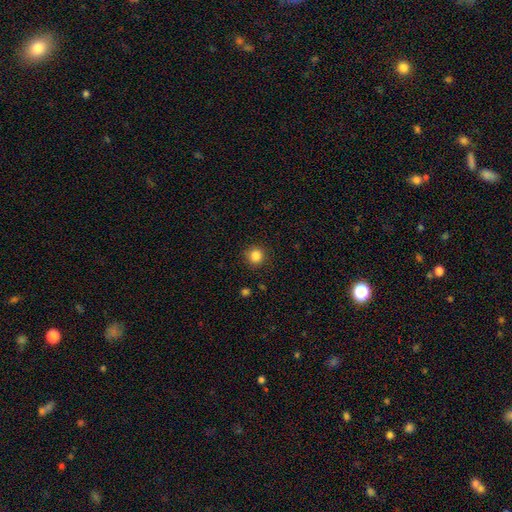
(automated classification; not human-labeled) Smooth or featured?
  - smooth: 85% *
  - star or artifact: 11%
  - featured or disk: 4%
How rounded?
  - round: 92% *
  - in between: 7%
  - cigar-shaped: 1%
Merging?
  - none: 90% *
  - minor disturbance: 6%
  - major disturbance: 2%
  - merger: 1%